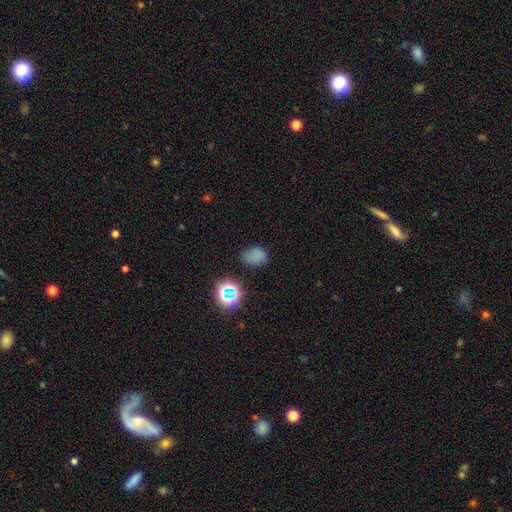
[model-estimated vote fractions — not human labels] A smooth galaxy with no disk features (68%) that is in between round and cigar-shaped (59%).

Vote fractions:
- Smooth or featured? smooth: 68% / star or artifact: 24% / featured or disk: 8%
- How rounded? in between: 59% / round: 39% / cigar-shaped: 1%
- Merging? none: 68% / minor disturbance: 21% / major disturbance: 8% / merger: 3%